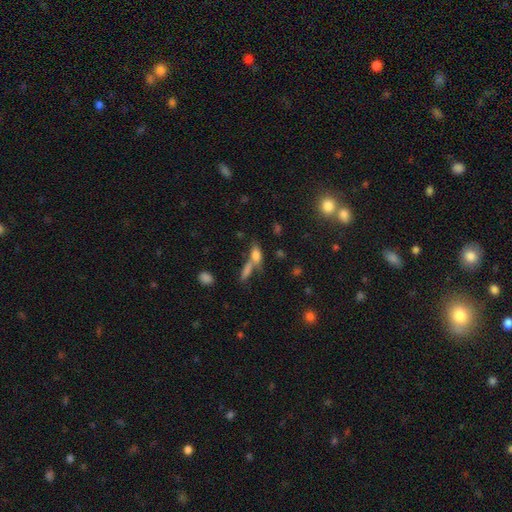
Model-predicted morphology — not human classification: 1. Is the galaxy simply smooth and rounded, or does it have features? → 69% smooth, 18% featured or disk, 13% star or artifact.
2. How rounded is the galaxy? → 62% in between, 33% cigar-shaped, 5% round.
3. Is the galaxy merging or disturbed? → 43% merger, 41% none, 10% minor disturbance, 6% major disturbance.